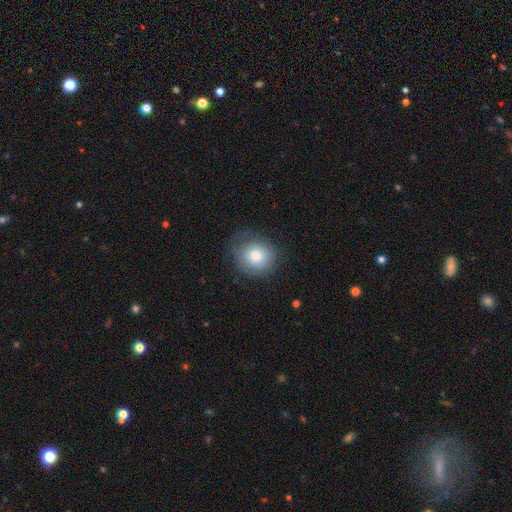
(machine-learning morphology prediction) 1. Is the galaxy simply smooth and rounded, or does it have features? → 79% smooth, 12% featured or disk, 9% star or artifact.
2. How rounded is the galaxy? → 80% round, 19% in between, 1% cigar-shaped.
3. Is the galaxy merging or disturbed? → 70% none, 21% minor disturbance, 8% major disturbance, 1% merger.